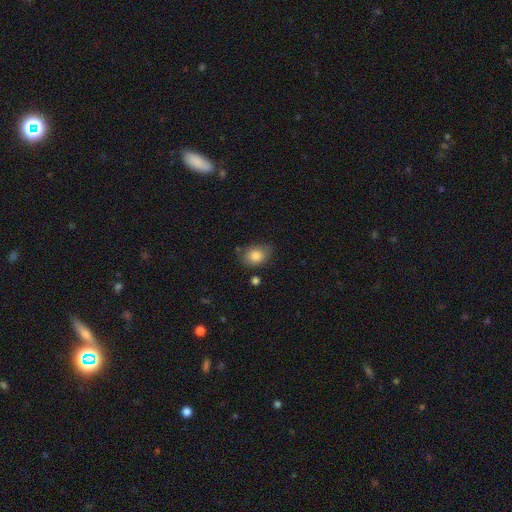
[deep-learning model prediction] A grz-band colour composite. It shows a smooth galaxy with no disk features (84%) that is in between round and cigar-shaped (67%). Merging: none (71%).